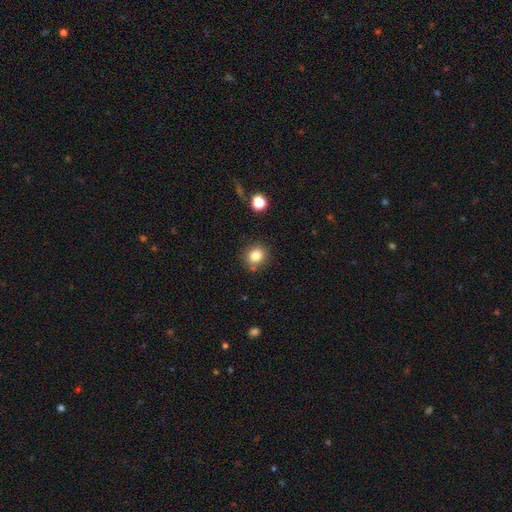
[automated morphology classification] Smooth or featured? Predicted: smooth (p=0.83). How rounded? Predicted: round (p=0.78). Merging? Predicted: none (p=0.83).